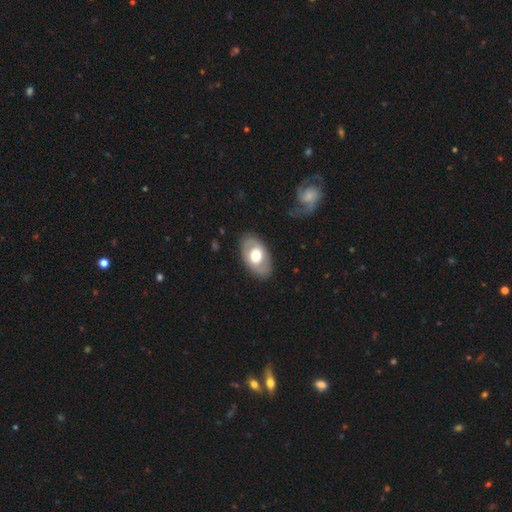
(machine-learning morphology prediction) Smooth or featured?
  - featured or disk: 47% * (tied)
  - smooth: 47% * (tied)
  - star or artifact: 5%
Merging?
  - none: 82% *
  - minor disturbance: 13%
  - major disturbance: 4%
  - merger: 1%